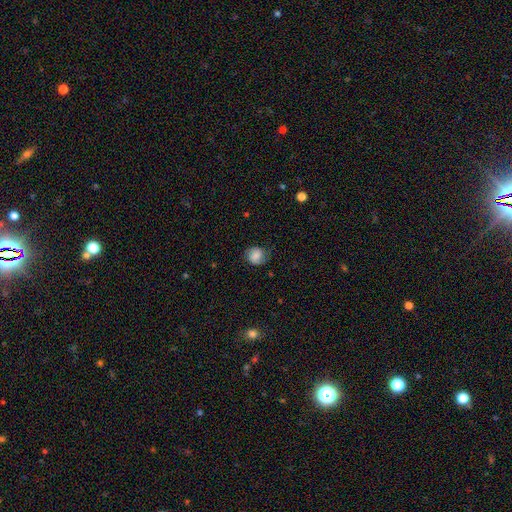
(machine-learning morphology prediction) smooth_or_featured: smooth (p=0.60) [alt: featured or disk p=0.30]
how_rounded: round (p=0.77) [alt: in between p=0.22]
merging: none (p=0.71) [alt: minor disturbance p=0.20]